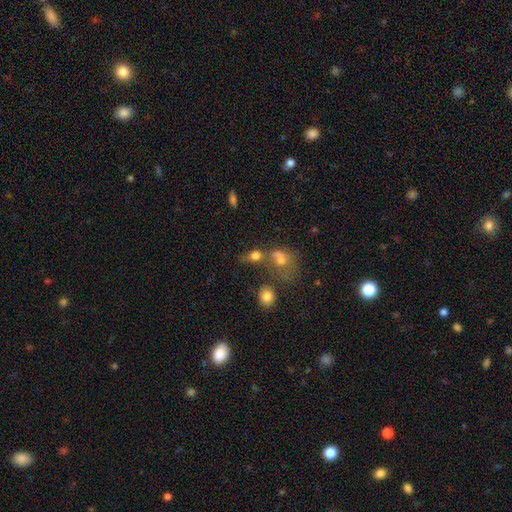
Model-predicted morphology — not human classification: type=smooth (74%); roundness=in between (63%); merging=none (38%).